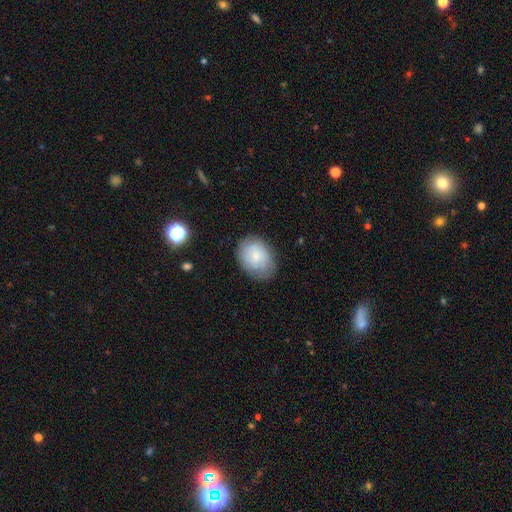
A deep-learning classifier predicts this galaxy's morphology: Overall: smooth (71%). How rounded: in between (64%; round 35%). Merging: none (74%).